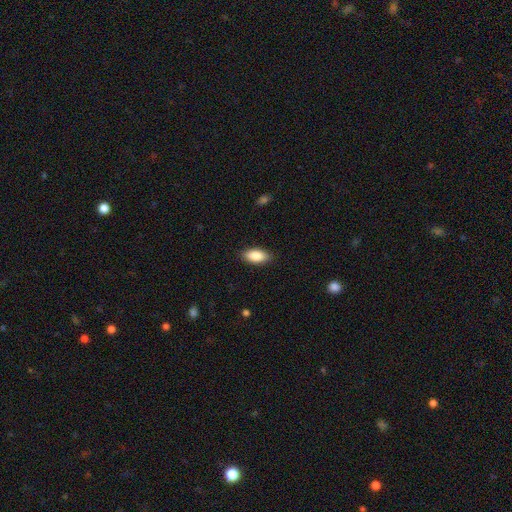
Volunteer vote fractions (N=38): This is clearly a smooth galaxy (84%). How rounded: clearly in between (94%). Merging: likely none (79%).